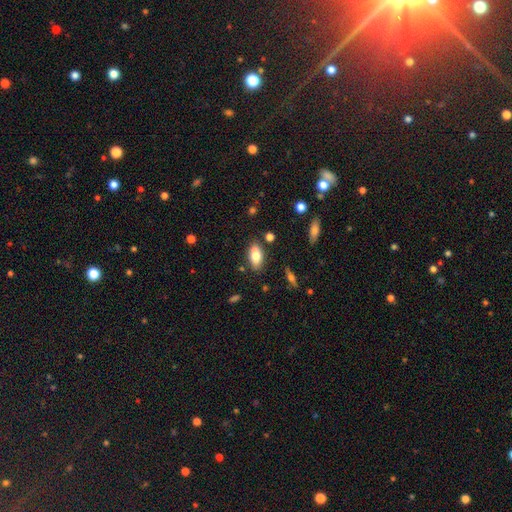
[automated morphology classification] Smooth or featured?
  - smooth: 79% *
  - featured or disk: 14%
  - star or artifact: 7%
How rounded?
  - in between: 87% *
  - cigar-shaped: 10%
  - round: 3%
Merging?
  - none: 82% *
  - minor disturbance: 12%
  - merger: 3%
  - major disturbance: 3%